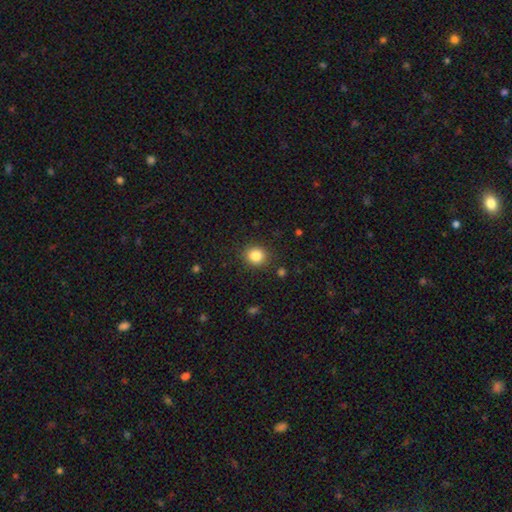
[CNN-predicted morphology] smooth 84%, star or artifact 11%, featured or disk 5%. Down the decision tree: how rounded — round (85%); merging — none (88%).